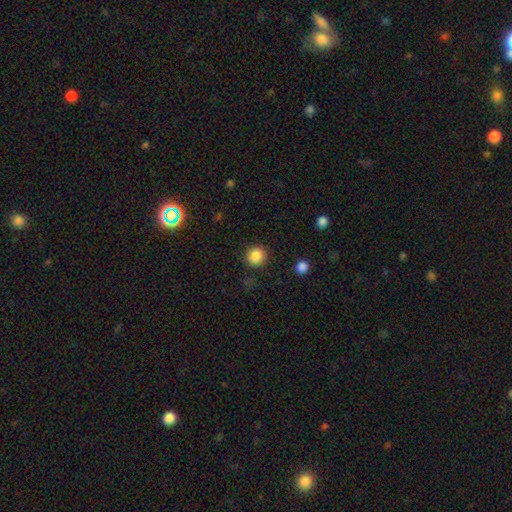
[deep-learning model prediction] A smooth galaxy with no disk features (86%) that is round (89%).

Vote fractions:
- Smooth or featured? smooth: 86% / star or artifact: 10% / featured or disk: 3%
- How rounded? round: 89% / in between: 10% / cigar-shaped: 1%
- Merging? none: 88% / minor disturbance: 8% / major disturbance: 3% / merger: 1%